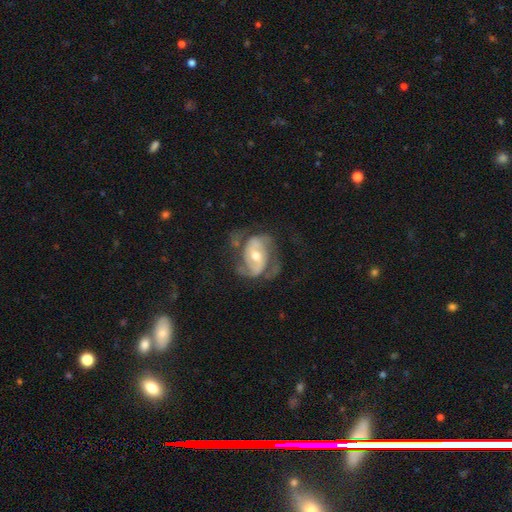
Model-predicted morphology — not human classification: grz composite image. It shows a featured or disk galaxy (83%) with no bar (43%), 2 (65%) medium (47%) spiral arms (91%) and a moderate central bulge (67%). Merging: none (54%).